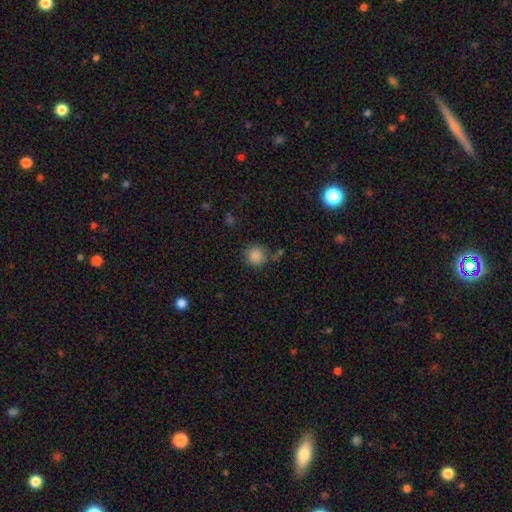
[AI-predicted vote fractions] Smooth or featured?
  - smooth: 86% *
  - star or artifact: 10%
  - featured or disk: 4%
How rounded?
  - round: 92% *
  - in between: 7%
  - cigar-shaped: 1%
Merging?
  - none: 75% *
  - minor disturbance: 14%
  - merger: 6%
  - major disturbance: 5%